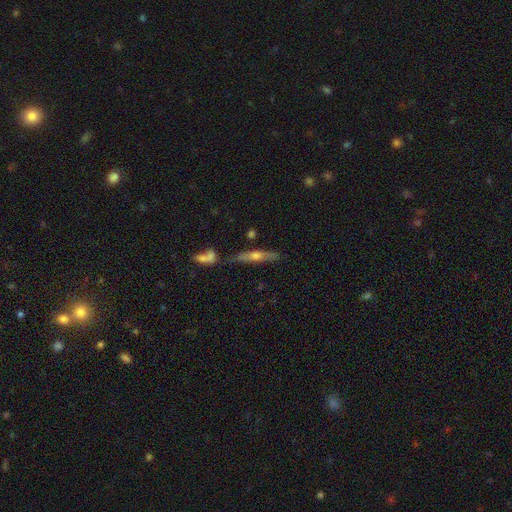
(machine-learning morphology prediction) A featured or disk galaxy (53%) viewed edge-on (89%). Merging: none (70%).